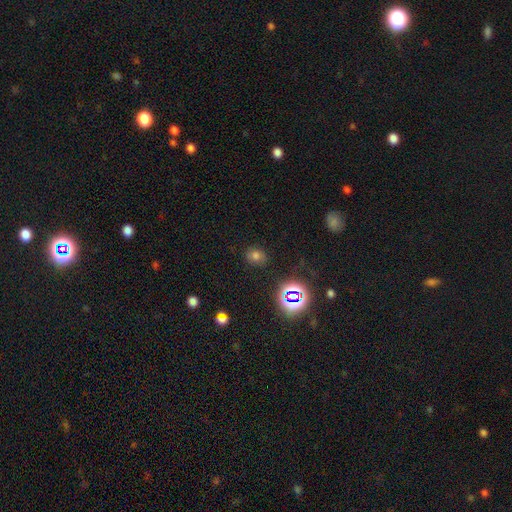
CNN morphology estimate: type=smooth (65%); roundness=round (51%); merging=none (83%).